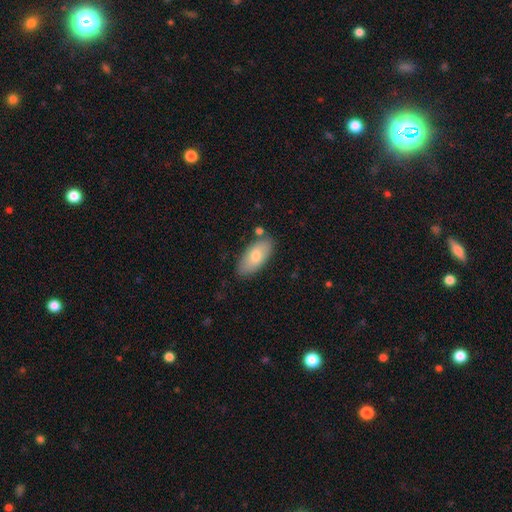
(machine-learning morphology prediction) Smooth or featured? Predicted: smooth (p=0.75). How rounded? Predicted: in between (p=0.90). Merging? Predicted: none (p=0.80).